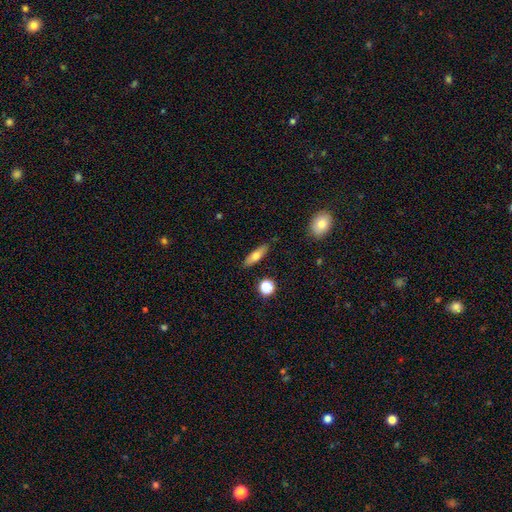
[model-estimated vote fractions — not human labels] Q: Smooth or featured?
A: smooth (66%); runner-up: featured or disk (26%)
Q: How rounded?
A: cigar-shaped (54%); runner-up: in between (42%)
Q: Merging?
A: none (87%); runner-up: minor disturbance (9%)